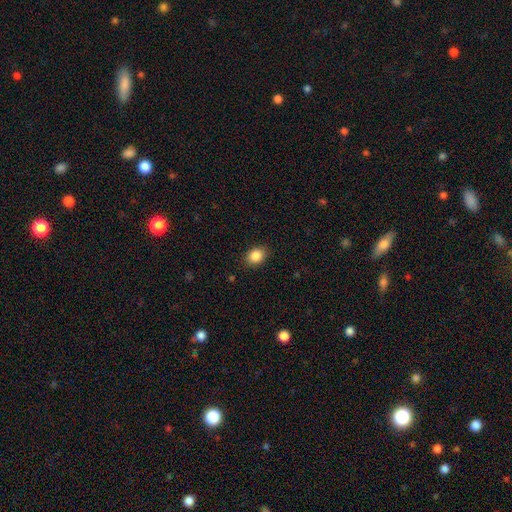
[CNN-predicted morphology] Q: Smooth or featured?
A: smooth (86%); runner-up: star or artifact (9%)
Q: How rounded?
A: in between (64%); runner-up: round (35%)
Q: Merging?
A: none (88%); runner-up: minor disturbance (9%)